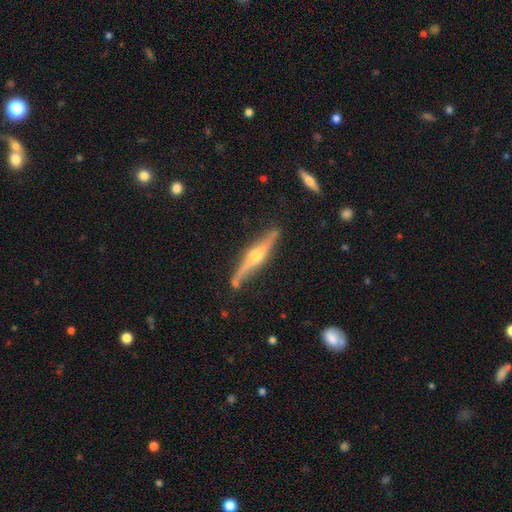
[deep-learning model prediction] A featured or disk galaxy (81%) viewed edge-on (96%) with a rounded central bulge (93%).

Vote fractions:
- Smooth or featured? featured or disk: 81% / smooth: 14% / star or artifact: 5%
- Edge-on disk? yes: 96% / no: 4%
- Edge-on bulge? rounded: 93% / none: 4% / boxy: 3%
- Merging? none: 81% / minor disturbance: 13% / merger: 3% / major disturbance: 2%